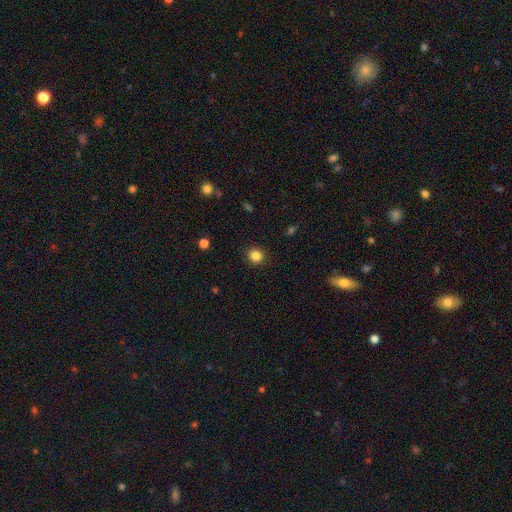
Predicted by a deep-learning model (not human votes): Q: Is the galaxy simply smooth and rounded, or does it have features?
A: smooth — 85%.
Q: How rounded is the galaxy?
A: round — 87%.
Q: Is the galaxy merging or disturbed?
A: none — 91%.